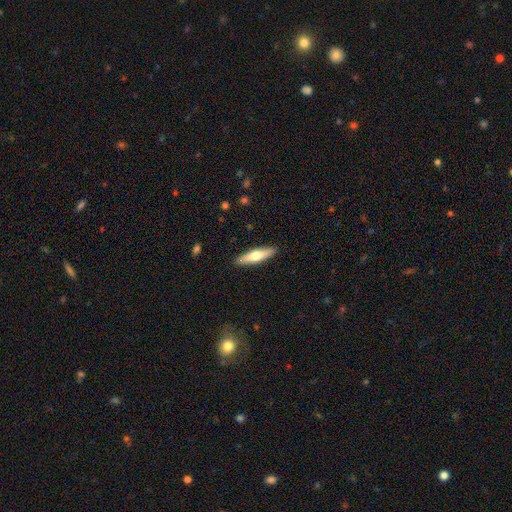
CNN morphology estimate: smooth-or-featured: smooth: 59% | featured or disk: 36% | star or artifact: 5%
  how-rounded: cigar-shaped: 70% | in between: 28% | round: 2%
  merging: none: 90% | minor disturbance: 7% | major disturbance: 2% | merger: 1%